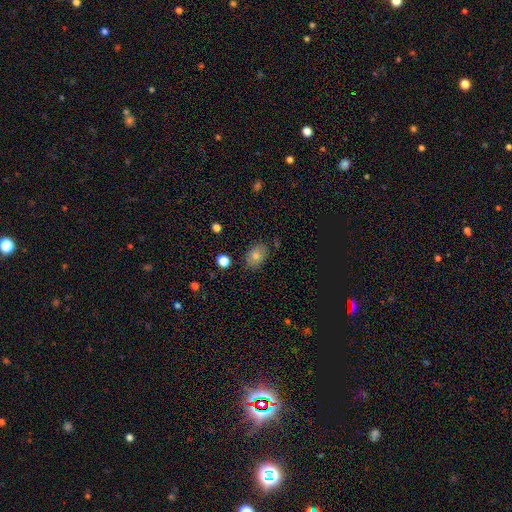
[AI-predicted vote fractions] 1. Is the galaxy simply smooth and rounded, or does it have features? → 73% smooth, 14% star or artifact, 13% featured or disk.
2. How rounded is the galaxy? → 71% in between, 28% round, 1% cigar-shaped.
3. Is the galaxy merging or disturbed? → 82% none, 13% minor disturbance, 3% major disturbance, 2% merger.